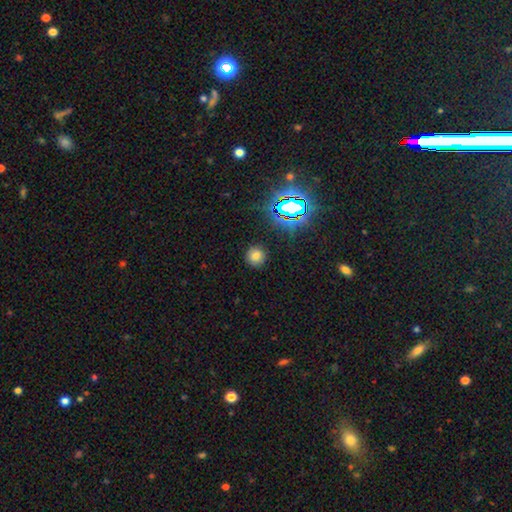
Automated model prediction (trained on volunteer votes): This appears to be a smooth galaxy with no disk features (73%) that is round (92%). Merging: none (89%).